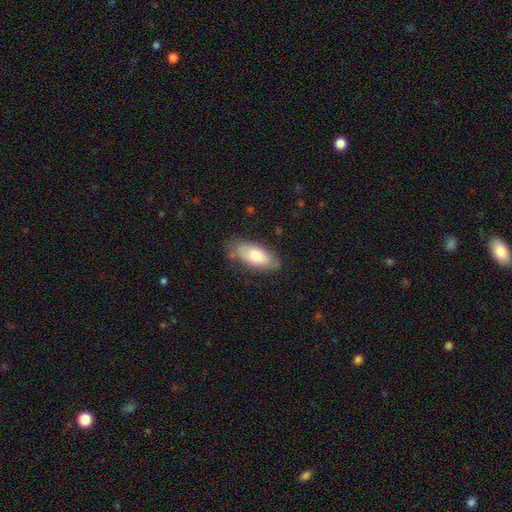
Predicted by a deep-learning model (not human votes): This appears to be a smooth galaxy with no disk features (69%) that is in between round and cigar-shaped (88%). Merging: none (73%).